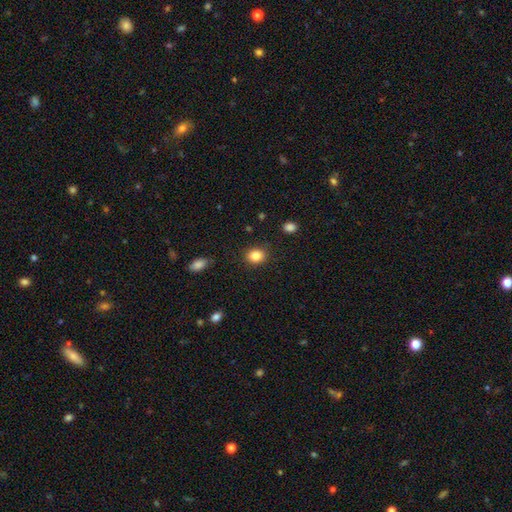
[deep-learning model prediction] This is clearly a smooth galaxy (84%). How rounded: likely round (62%). Merging: clearly none (86%).